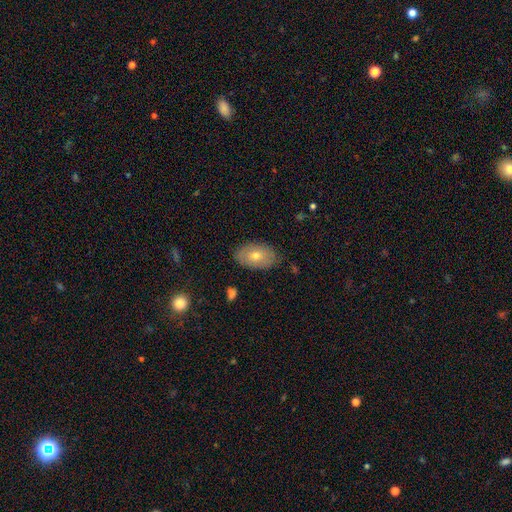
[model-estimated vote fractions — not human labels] Q: Smooth or featured?
A: smooth (66%); runner-up: featured or disk (27%)
Q: How rounded?
A: in between (91%); runner-up: round (8%)
Q: Merging?
A: none (81%); runner-up: minor disturbance (15%)